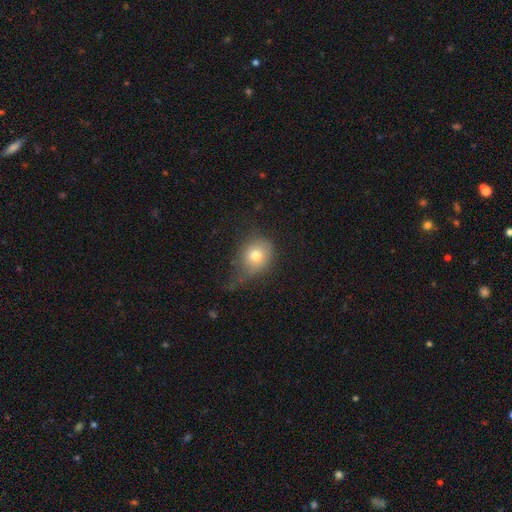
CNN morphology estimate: smooth 72%, featured or disk 17%, star or artifact 11%. Down the decision tree: how rounded — round (68%); merging — minor disturbance (34%, tied with none).